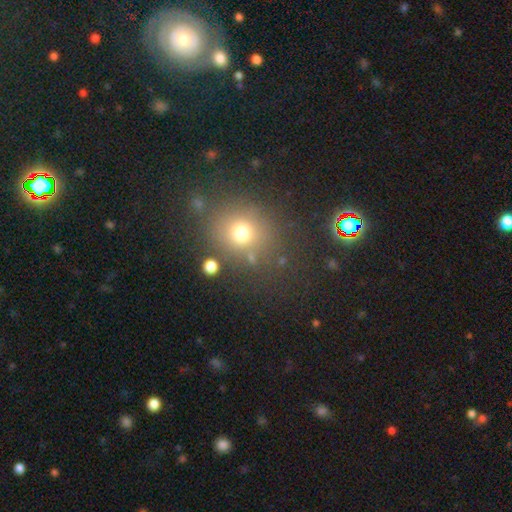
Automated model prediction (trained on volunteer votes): A smooth galaxy with no disk features (63%) that is round (81%).

Vote fractions:
- Smooth or featured? smooth: 63% / star or artifact: 27% / featured or disk: 10%
- How rounded? round: 81% / in between: 18% / cigar-shaped: 1%
- Merging? none: 80% / minor disturbance: 10% / merger: 6% / major disturbance: 5%